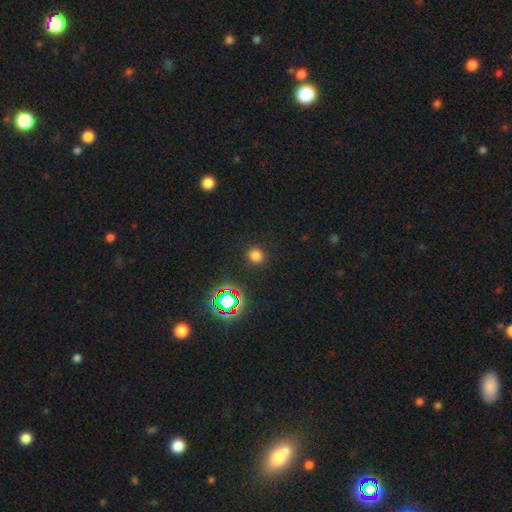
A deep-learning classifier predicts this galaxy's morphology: Q: Smooth or featured?
A: smooth (74%); runner-up: star or artifact (21%)
Q: How rounded?
A: round (86%); runner-up: in between (13%)
Q: Merging?
A: none (89%); runner-up: minor disturbance (6%)